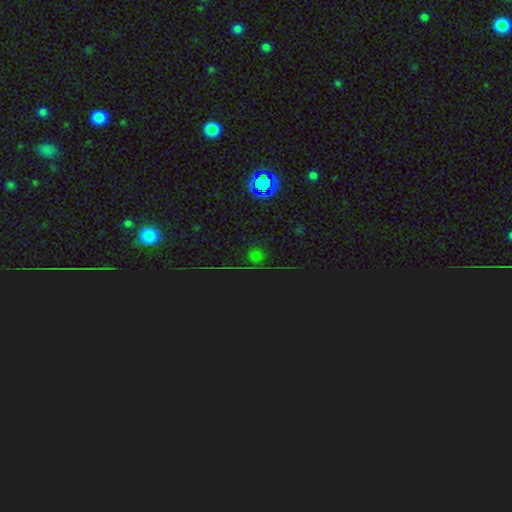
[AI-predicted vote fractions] Morphology: type=star or artifact (66%).